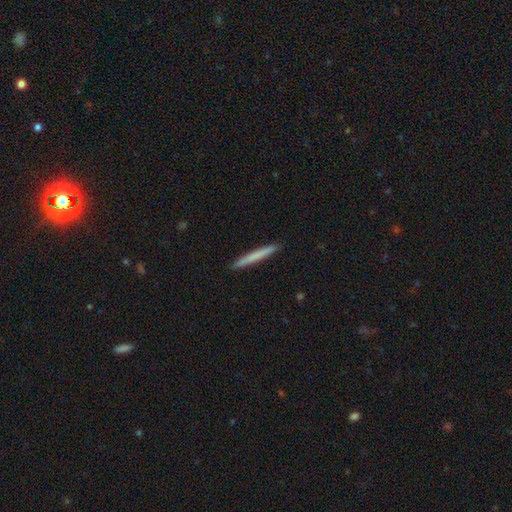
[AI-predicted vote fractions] smooth_or_featured: smooth (p=0.69) [alt: featured or disk p=0.26]
how_rounded: cigar-shaped (p=0.97) [alt: in between p=0.02]
merging: none (p=0.93) [alt: minor disturbance p=0.05]